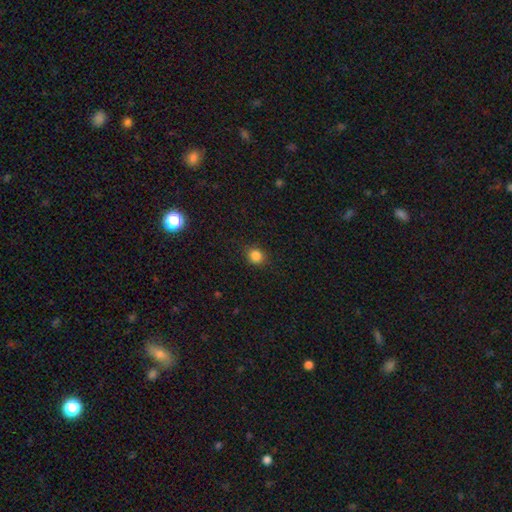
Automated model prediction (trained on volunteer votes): A smooth galaxy with no disk features (84%) that is round (77%).

Vote fractions:
- Smooth or featured? smooth: 84% / star or artifact: 12% / featured or disk: 4%
- How rounded? round: 77% / in between: 22% / cigar-shaped: 1%
- Merging? none: 87% / minor disturbance: 9% / major disturbance: 3% / merger: 1%